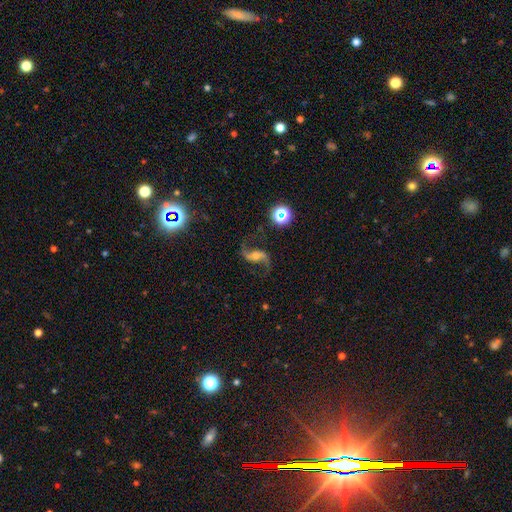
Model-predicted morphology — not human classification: Overall: featured or disk (85%). Edge-on disk: no (97%). Bar: weak (36%, tied with no). Spiral arms: yes (97%). Spiral arm count: 2 (94%). Spiral winding: loose (85%). Bulge size: small (45%; moderate 40%). Merging: none (78%).